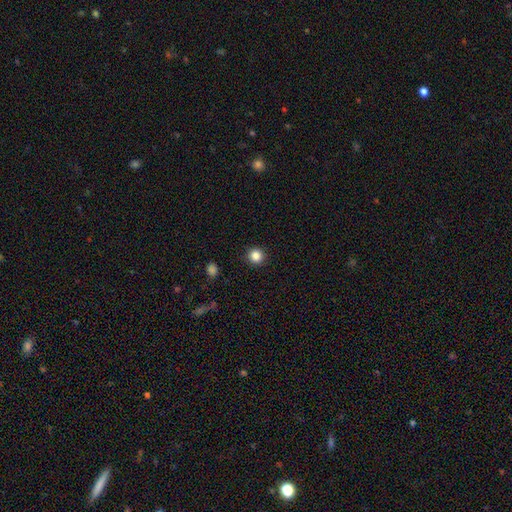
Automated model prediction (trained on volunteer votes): Smooth or featured?
  - smooth: 85% *
  - star or artifact: 11%
  - featured or disk: 4%
How rounded?
  - round: 94% *
  - in between: 5%
  - cigar-shaped: 1%
Merging?
  - none: 92% *
  - minor disturbance: 5%
  - major disturbance: 2%
  - merger: 1%